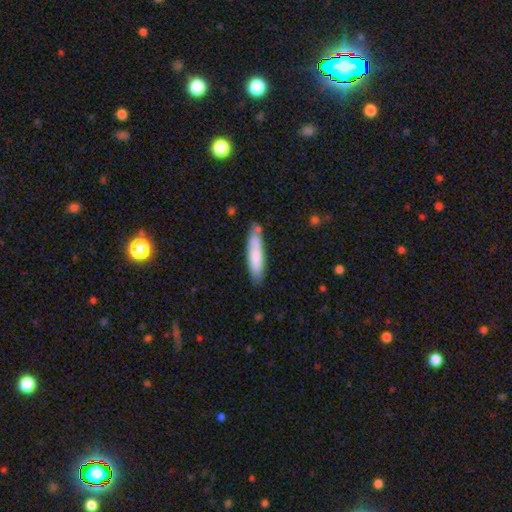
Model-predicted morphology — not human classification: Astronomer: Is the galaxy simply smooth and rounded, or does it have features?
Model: smooth — 74%.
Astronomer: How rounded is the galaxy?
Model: cigar-shaped — 83%.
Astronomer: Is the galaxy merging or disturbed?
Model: none — 72%.